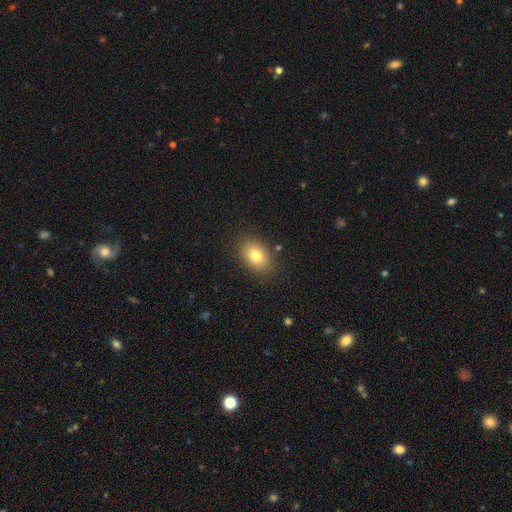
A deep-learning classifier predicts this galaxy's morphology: smooth_or_featured: smooth (p=0.80) [alt: featured or disk p=0.11]
how_rounded: in between (p=0.84) [alt: round p=0.14]
merging: none (p=0.85) [alt: minor disturbance p=0.10]